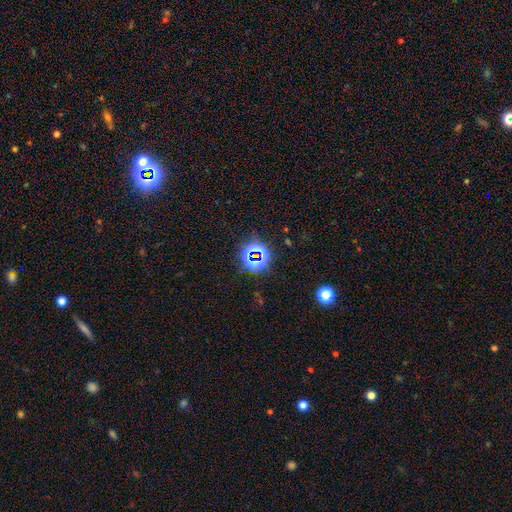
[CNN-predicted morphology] star or artifact 74%, smooth 18%, featured or disk 8%.